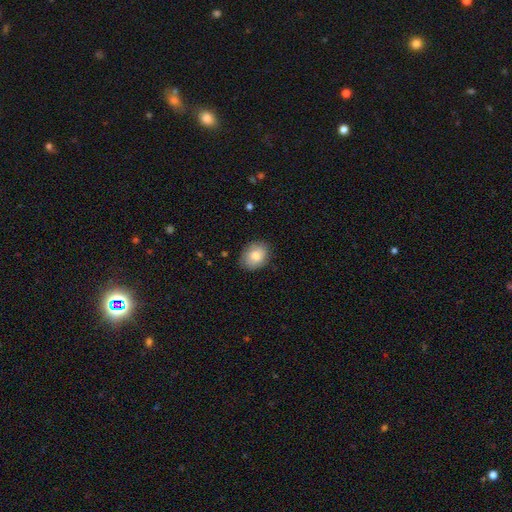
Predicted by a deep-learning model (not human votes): smooth 76%, featured or disk 17%, star or artifact 7%. Down the decision tree: how rounded — in between (59%); merging — none (80%).